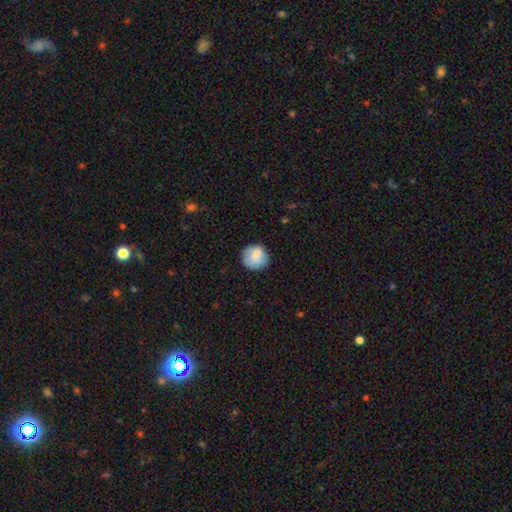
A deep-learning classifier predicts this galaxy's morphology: smooth_or_featured: smooth (p=0.81) [alt: featured or disk p=0.11]
how_rounded: round (p=0.91) [alt: in between p=0.08]
merging: none (p=0.79) [alt: minor disturbance p=0.15]